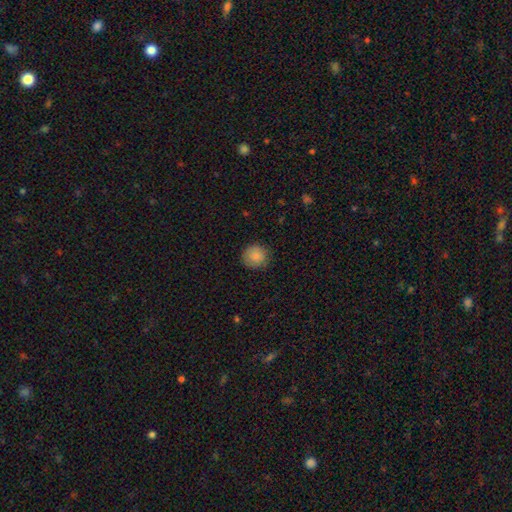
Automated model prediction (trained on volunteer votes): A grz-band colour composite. It shows a smooth galaxy with no disk features (85%) that is round (91%). Merging: none (84%).